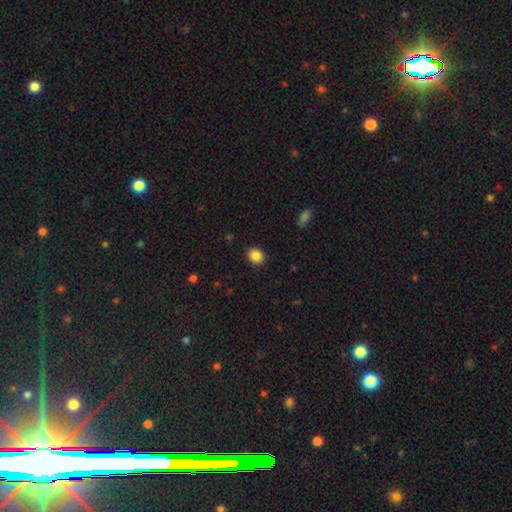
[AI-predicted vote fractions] Smooth or featured? Predicted: smooth (p=0.86). How rounded? Predicted: round (p=0.58). Merging? Predicted: none (p=0.90).